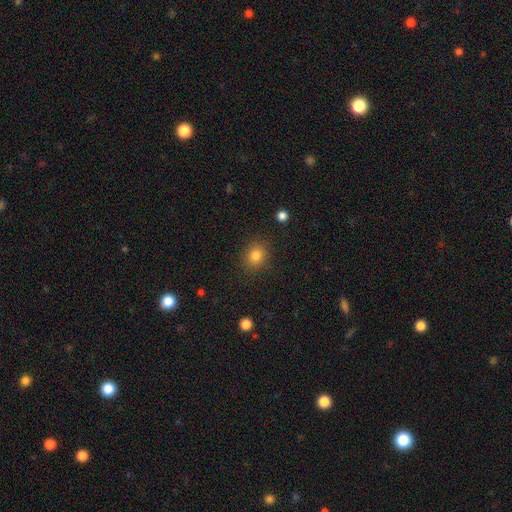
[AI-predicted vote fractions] The model was most divided on "how rounded": round: 68%, in between: 31%, cigar-shaped: 1%. More confident: merging — none (87%); smooth or featured — smooth (82%).